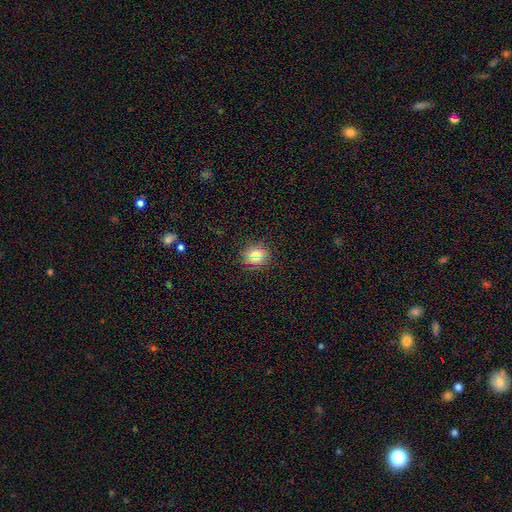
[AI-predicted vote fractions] Smooth or featured?
  - smooth: 70% *
  - star or artifact: 21%
  - featured or disk: 10%
How rounded?
  - round: 85% *
  - in between: 13%
  - cigar-shaped: 1%
Merging?
  - none: 89% *
  - minor disturbance: 8%
  - major disturbance: 2%
  - merger: 1%